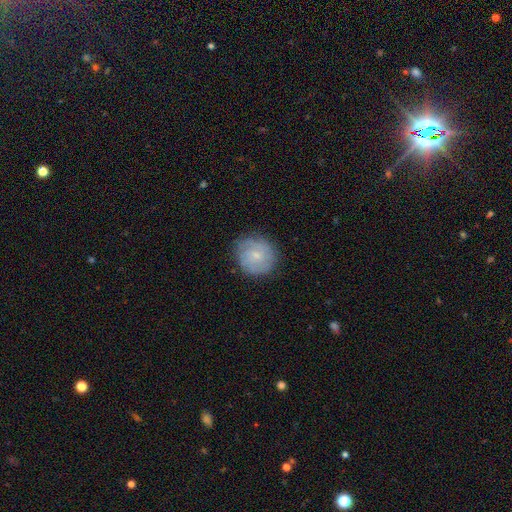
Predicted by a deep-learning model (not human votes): A featured or disk galaxy (51%).

Vote fractions:
- Smooth or featured? featured or disk: 51% / smooth: 42% / star or artifact: 7%
- Edge-on disk? no: 98% / yes: 2%
- Merging? none: 80% / minor disturbance: 15% / major disturbance: 4% / merger: 1%